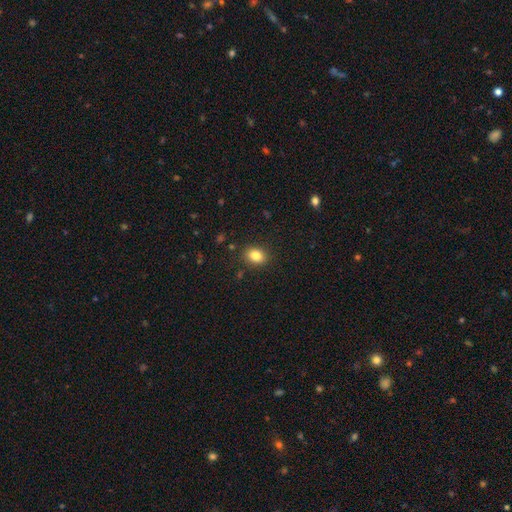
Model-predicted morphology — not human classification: The model was most divided on "how rounded": in between: 60%, round: 39%, cigar-shaped: 1%. More confident: merging — none (88%); smooth or featured — smooth (84%).